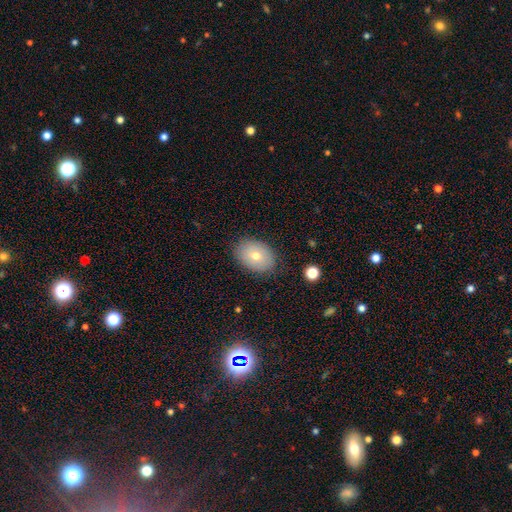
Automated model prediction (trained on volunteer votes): A smooth galaxy with no disk features (69%) that is in between round and cigar-shaped (74%).

Vote fractions:
- Smooth or featured? smooth: 69% / featured or disk: 22% / star or artifact: 9%
- How rounded? in between: 74% / round: 25% / cigar-shaped: 1%
- Merging? none: 85% / minor disturbance: 11% / major disturbance: 3% / merger: 1%